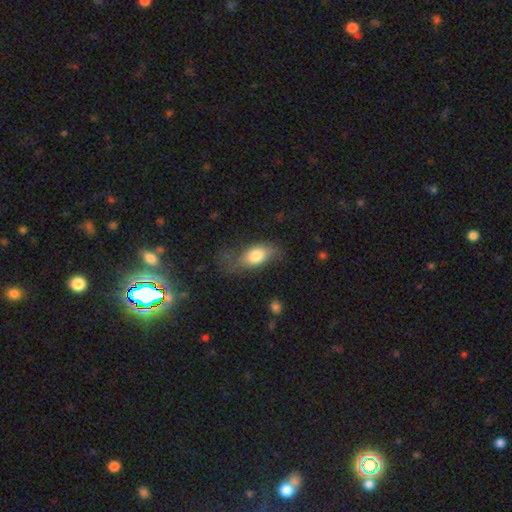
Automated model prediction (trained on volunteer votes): smooth-or-featured: smooth: 76% | featured or disk: 17% | star or artifact: 8%
  how-rounded: in between: 85% | round: 8% | cigar-shaped: 6%
  merging: none: 49% | minor disturbance: 29% | major disturbance: 19% | merger: 3%